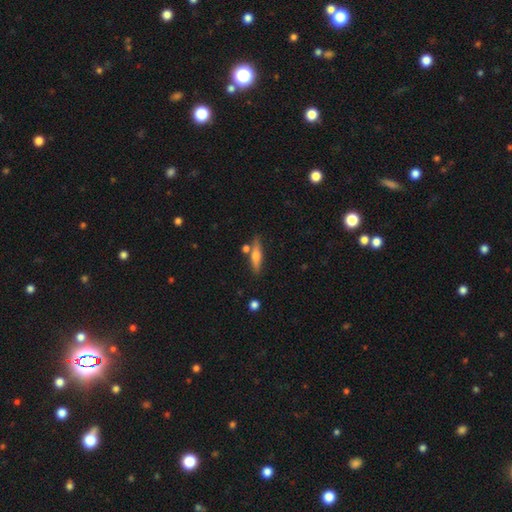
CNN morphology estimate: smooth 57%, featured or disk 36%, star or artifact 7%. Down the decision tree: how rounded — cigar-shaped (71%); merging — none (75%).